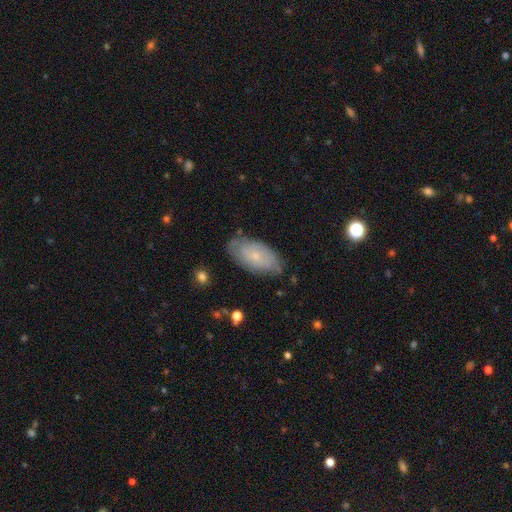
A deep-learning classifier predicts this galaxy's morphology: Smooth or featured? smooth (50%)
Merging? none (73%)